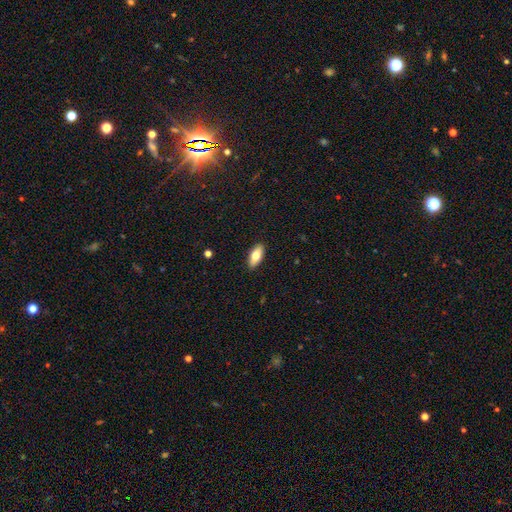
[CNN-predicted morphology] Smooth or featured?
  - smooth: 72% *
  - featured or disk: 22%
  - star or artifact: 6%
How rounded?
  - in between: 84% *
  - cigar-shaped: 13%
  - round: 3%
Merging?
  - none: 90% *
  - minor disturbance: 7%
  - major disturbance: 2%
  - merger: 1%